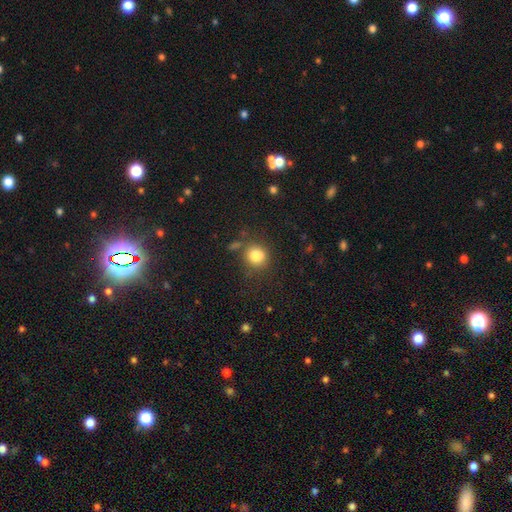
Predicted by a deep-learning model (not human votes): smooth 82%, star or artifact 11%, featured or disk 7%. Down the decision tree: how rounded — round (84%); merging — none (78%).